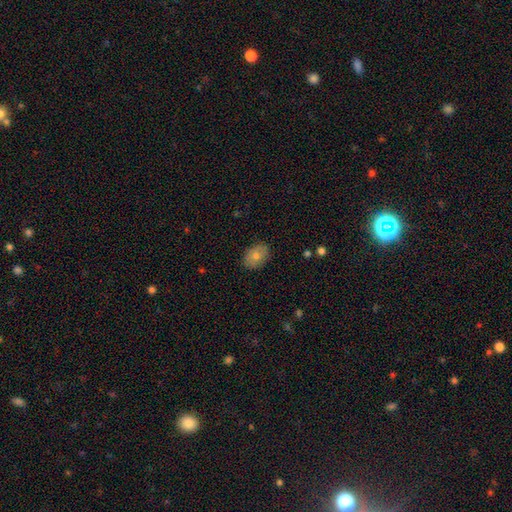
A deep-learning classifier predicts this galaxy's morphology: Overall: smooth (70%). How rounded: in between (80%). Merging: none (87%).